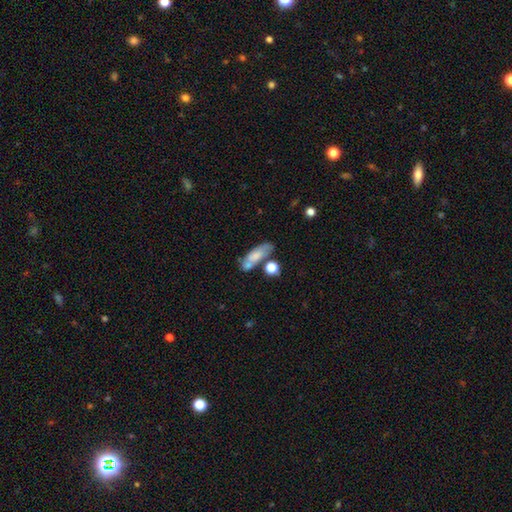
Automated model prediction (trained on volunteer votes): This is likely a smooth galaxy (67%). How rounded: likely in between (61%). Merging: possibly none (50%).